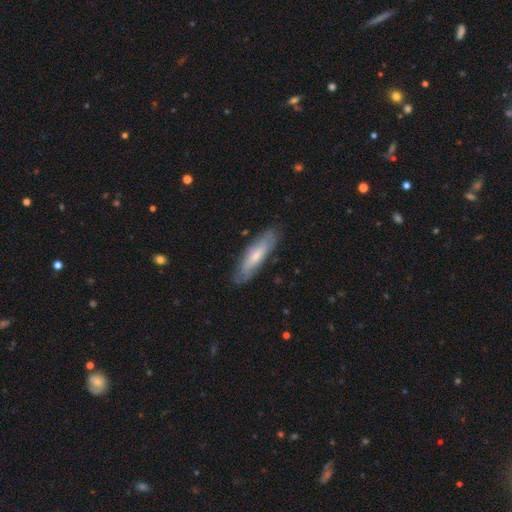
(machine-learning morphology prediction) smooth-or-featured: smooth: 54% | featured or disk: 40% | star or artifact: 6%
  how-rounded: cigar-shaped: 66% | in between: 33% | round: 2%
  merging: none: 81% | minor disturbance: 14% | major disturbance: 3% | merger: 1%